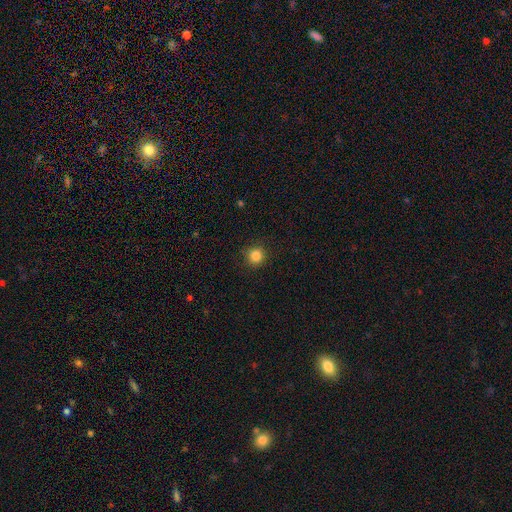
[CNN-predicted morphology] A smooth galaxy with no disk features (84%) that is round (93%). Merging: none (89%).